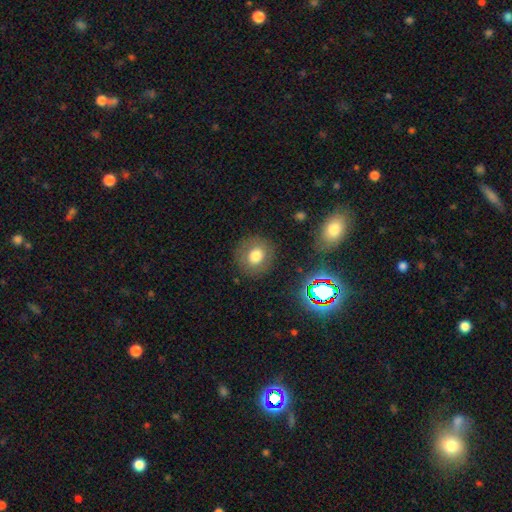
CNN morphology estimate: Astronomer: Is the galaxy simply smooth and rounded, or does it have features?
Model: smooth — 73%.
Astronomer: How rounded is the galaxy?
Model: round — 84%.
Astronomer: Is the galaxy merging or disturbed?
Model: none — 86%.